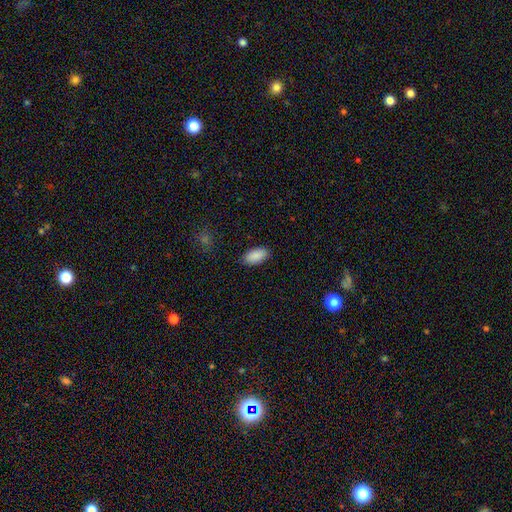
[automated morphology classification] A smooth galaxy with no disk features (90%) that is in between round and cigar-shaped (92%). Merging: none (87%).